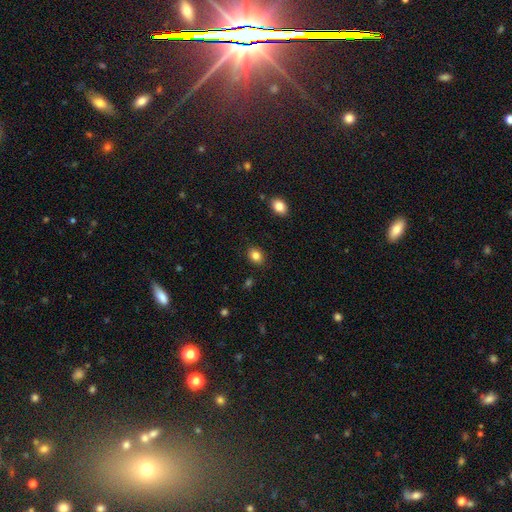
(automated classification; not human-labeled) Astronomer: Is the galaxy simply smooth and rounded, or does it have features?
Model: smooth — 84%.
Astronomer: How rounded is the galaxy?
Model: in between — 54% (runner-up: round, 45%).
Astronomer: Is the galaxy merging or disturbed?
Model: none — 88%.